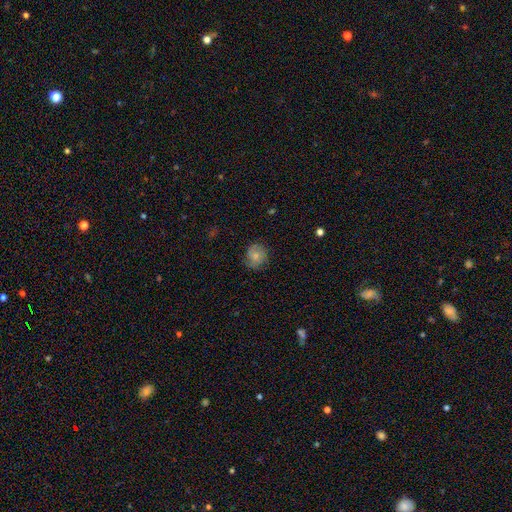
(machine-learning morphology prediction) This appears to be a smooth galaxy with no disk features (59%) that is round (84%). Merging: none (75%).